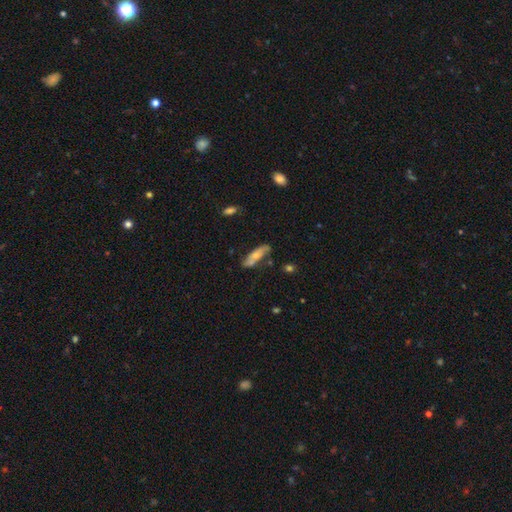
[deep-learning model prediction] Morphology: type=smooth (57%); roundness=cigar-shaped (51%); merging=none (68%).